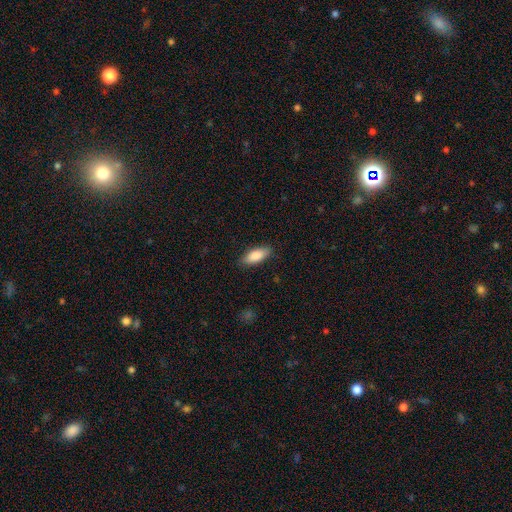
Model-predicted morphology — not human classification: smooth_or_featured: smooth (p=0.86) [alt: featured or disk p=0.08]
how_rounded: in between (p=0.76) [alt: cigar-shaped p=0.22]
merging: none (p=0.86) [alt: minor disturbance p=0.10]